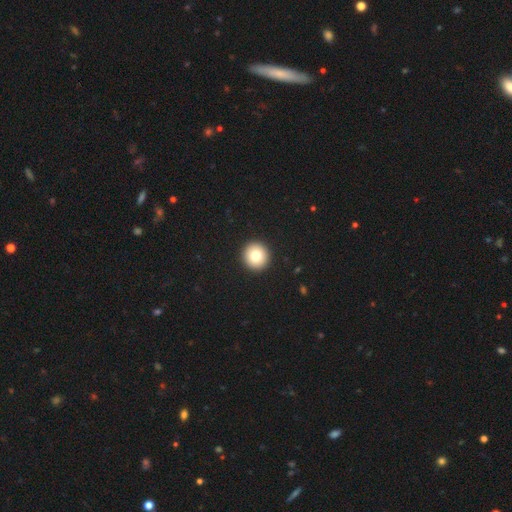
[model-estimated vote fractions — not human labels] Q: Smooth or featured?
A: smooth (79%); runner-up: featured or disk (12%)
Q: How rounded?
A: round (96%); runner-up: in between (3%)
Q: Merging?
A: none (94%); runner-up: minor disturbance (4%)